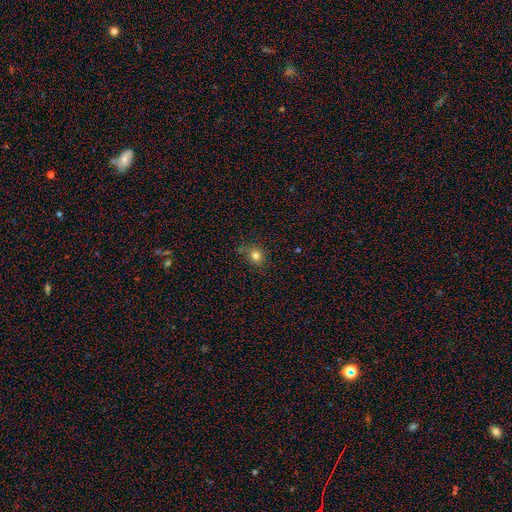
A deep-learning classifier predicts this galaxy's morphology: Q: Smooth or featured?
A: smooth (80%); runner-up: star or artifact (13%)
Q: How rounded?
A: round (77%); runner-up: in between (22%)
Q: Merging?
A: none (73%); runner-up: minor disturbance (17%)